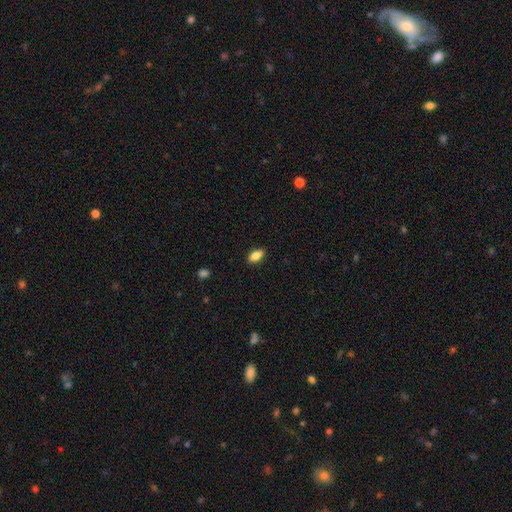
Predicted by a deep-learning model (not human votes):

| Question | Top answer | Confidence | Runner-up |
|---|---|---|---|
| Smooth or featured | smooth | 85% | star or artifact (8%) |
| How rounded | in between | 88% | cigar-shaped (8%) |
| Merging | none | 87% | minor disturbance (10%) |